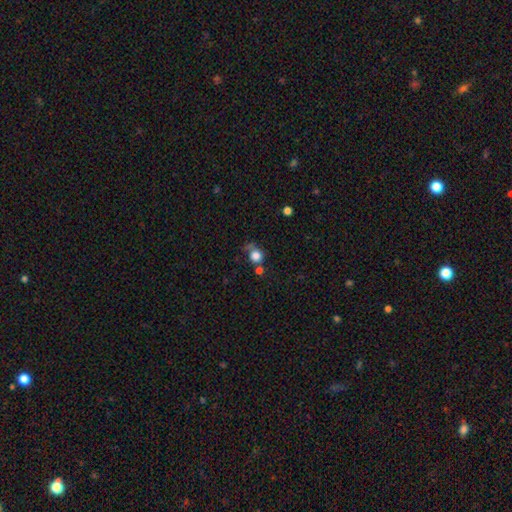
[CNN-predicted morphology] Smooth or featured? Predicted: smooth (p=0.80). How rounded? Predicted: round (p=0.86). Merging? Predicted: none (p=0.47).